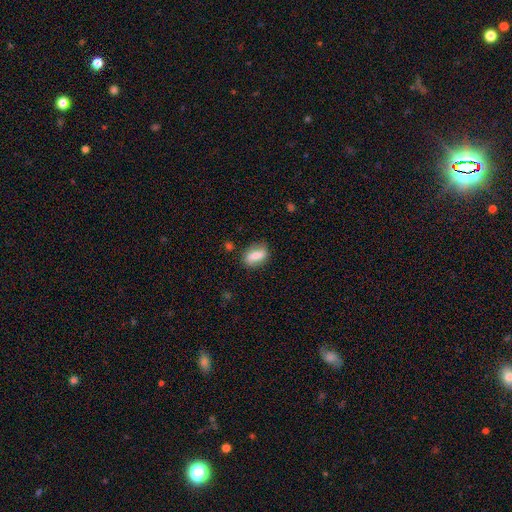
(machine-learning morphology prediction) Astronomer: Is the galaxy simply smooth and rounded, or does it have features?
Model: smooth — 76%.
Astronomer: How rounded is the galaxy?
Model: in between — 79%.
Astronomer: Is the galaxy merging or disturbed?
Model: none — 77%.